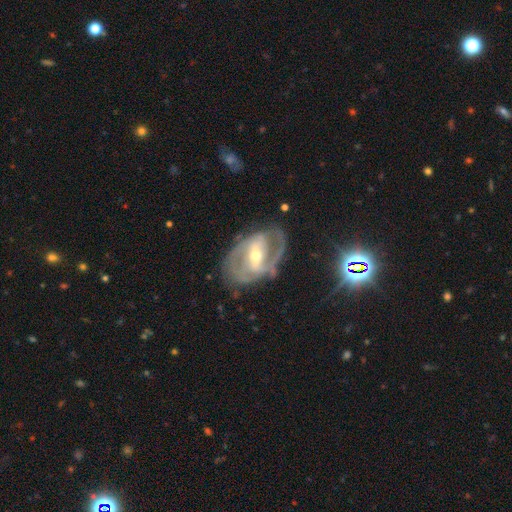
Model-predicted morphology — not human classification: A featured or disk galaxy (85%) with a strong bar (51%), 2 (66%) medium (46%) spiral arms (89%) and a moderate central bulge (53%). Merging: none (65%).